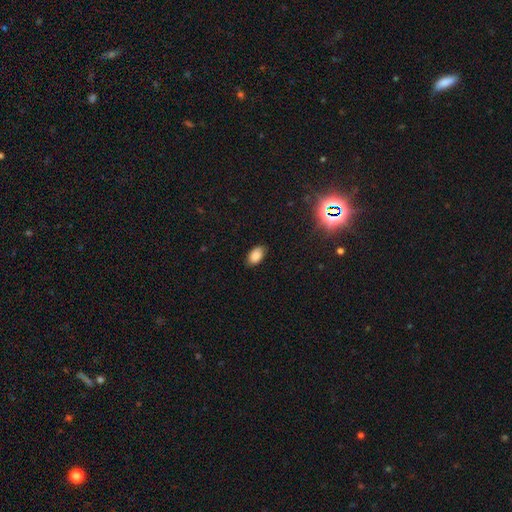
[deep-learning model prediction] Smooth or featured? smooth (84%)
How rounded? in between (92%)
Merging? none (82%)